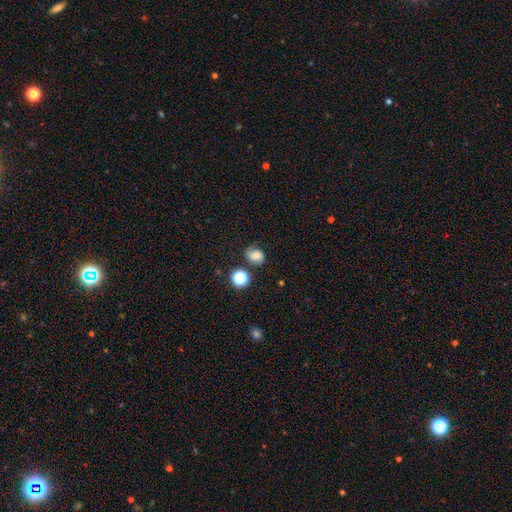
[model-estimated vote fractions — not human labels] smooth_or_featured: smooth (p=0.60) [alt: featured or disk p=0.25]
how_rounded: round (p=0.65) [alt: in between p=0.34]
merging: none (p=0.72) [alt: minor disturbance p=0.17]